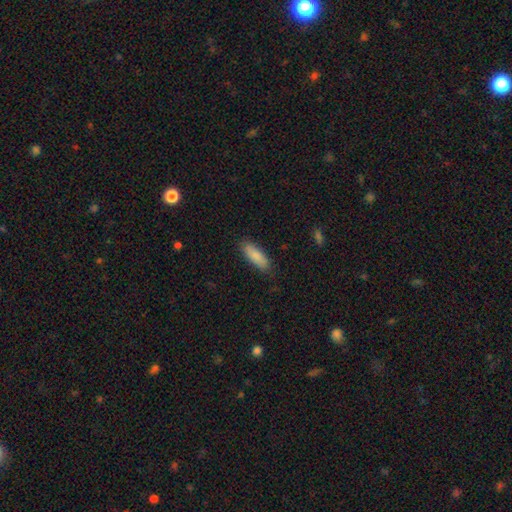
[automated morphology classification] This is clearly a smooth galaxy (88%). How rounded: likely in between (61%). Merging: clearly none (85%).